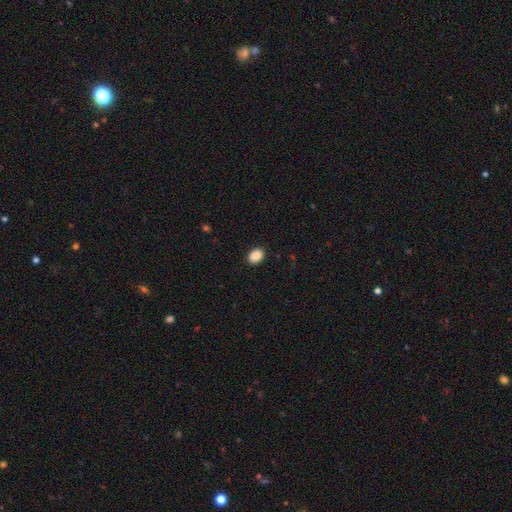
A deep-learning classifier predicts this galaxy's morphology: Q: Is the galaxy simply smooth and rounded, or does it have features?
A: smooth — 89%.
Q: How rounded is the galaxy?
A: in between — 69%.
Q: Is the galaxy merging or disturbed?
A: none — 90%.